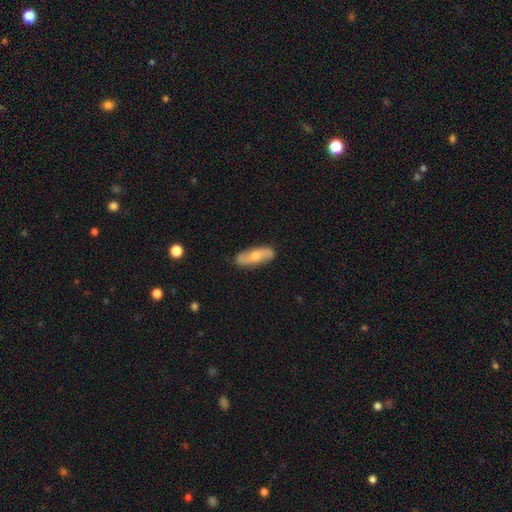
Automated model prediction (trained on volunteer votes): Smooth or featured?
  - featured or disk: 52% *
  - smooth: 43%
  - star or artifact: 5%
Edge-on disk?
  - no: 81% *
  - yes: 19%
Merging?
  - none: 84% *
  - minor disturbance: 12%
  - major disturbance: 2%
  - merger: 1%